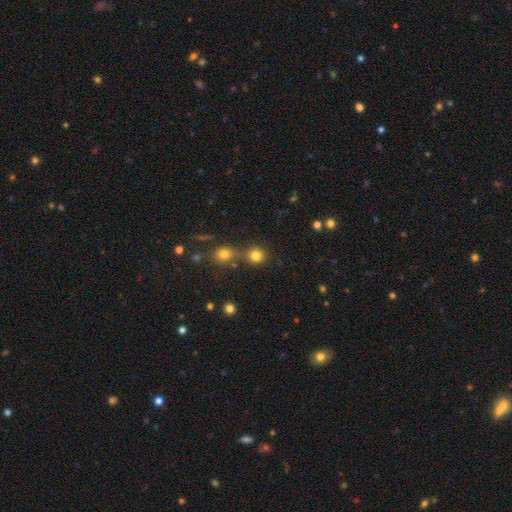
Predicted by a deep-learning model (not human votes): smooth-or-featured: smooth: 80% | star or artifact: 14% | featured or disk: 6%
  how-rounded: round: 88% | in between: 11% | cigar-shaped: 1%
  merging: none: 66% | merger: 22% | minor disturbance: 8% | major disturbance: 3%